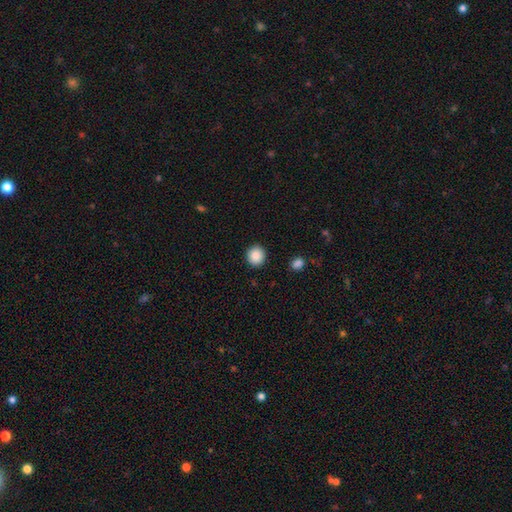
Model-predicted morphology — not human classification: smooth 88%, star or artifact 8%, featured or disk 3%. Down the decision tree: how rounded — round (87%); merging — none (91%).